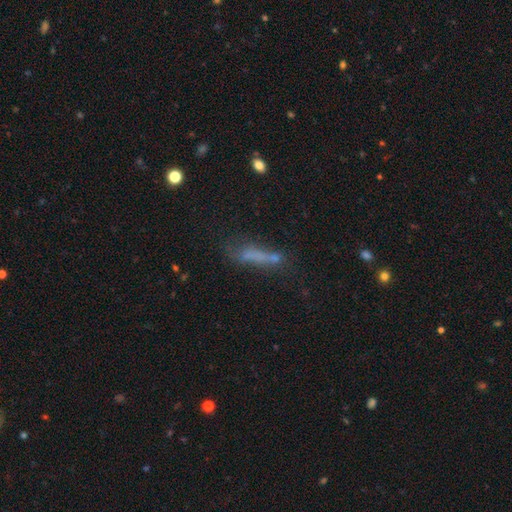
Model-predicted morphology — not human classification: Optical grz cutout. It shows a smooth galaxy with no disk features (53%) that is cigar-shaped (79%). Merging: none (47%).